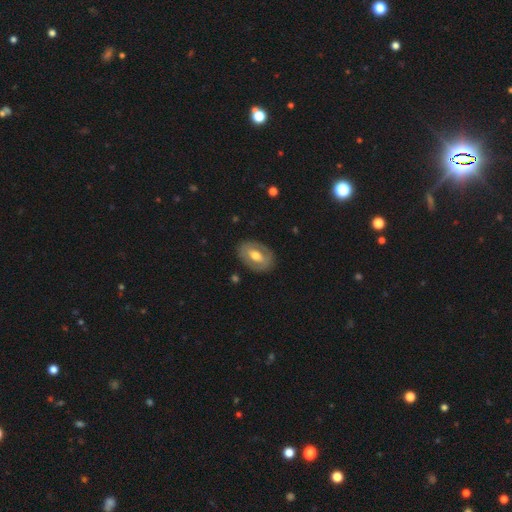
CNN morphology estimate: A featured or disk galaxy (50%). Merging: none (83%).